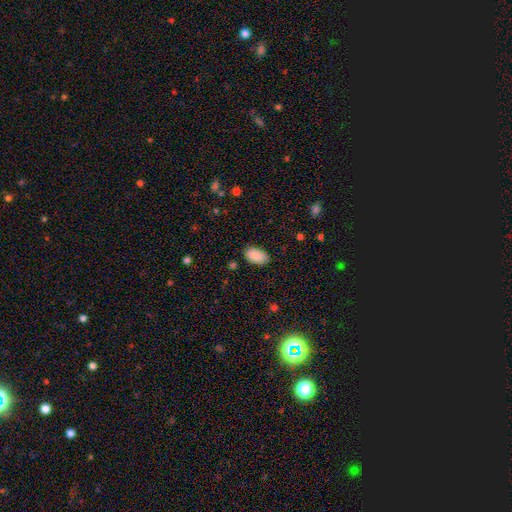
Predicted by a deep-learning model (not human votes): Smooth or featured: smooth — 90% (star or artifact — 7%)
How rounded: in between — 95% (round — 4%)
Merging: none — 86% (minor disturbance — 10%)